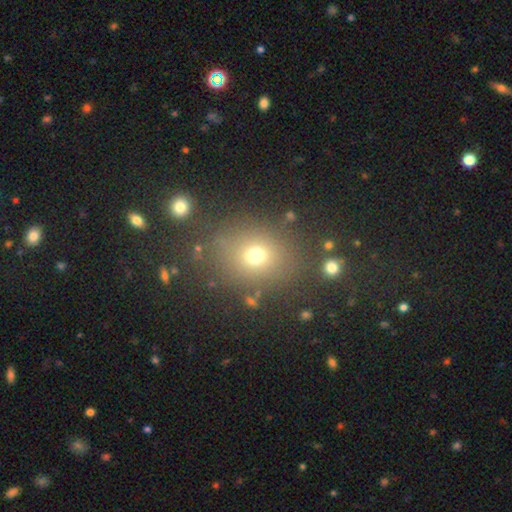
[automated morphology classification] smooth 69%, star or artifact 20%, featured or disk 11%. Down the decision tree: how rounded — round (62%); merging — none (77%).